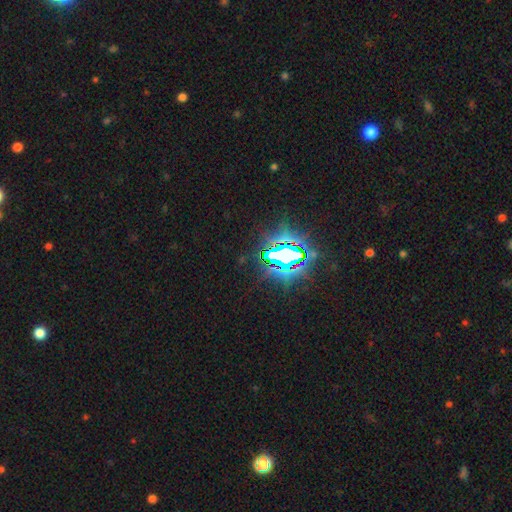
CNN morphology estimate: type=star or artifact (83%).